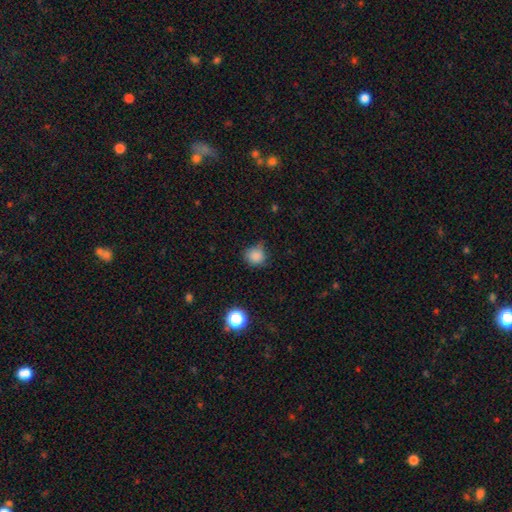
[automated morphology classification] This is clearly a smooth galaxy (84%). How rounded: clearly round (85%). Merging: likely none (61%).